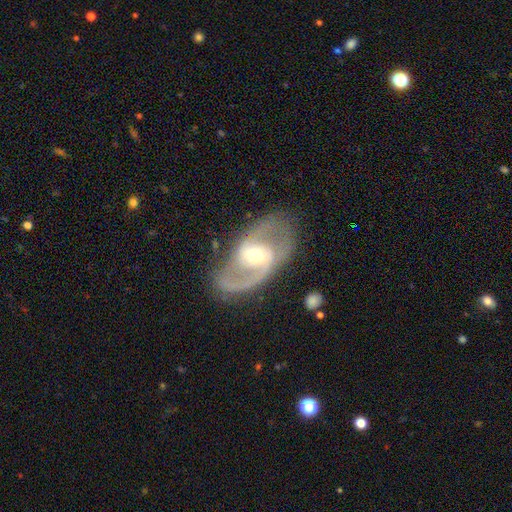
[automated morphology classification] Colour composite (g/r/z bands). It shows a featured or disk galaxy (88%) with a weak bar (47%), 2 (89%) medium (56%) spiral arms (94%) and a moderate central bulge (58%). Merging: none (77%).